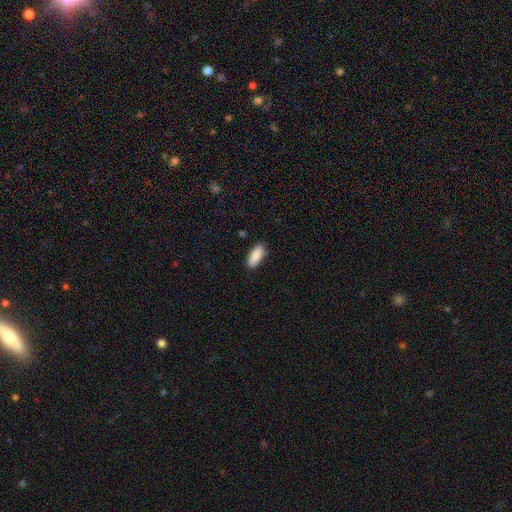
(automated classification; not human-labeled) smooth_or_featured: smooth (p=0.90) [alt: star or artifact p=0.06]
how_rounded: in between (p=0.83) [alt: cigar-shaped p=0.15]
merging: none (p=0.88) [alt: minor disturbance p=0.09]